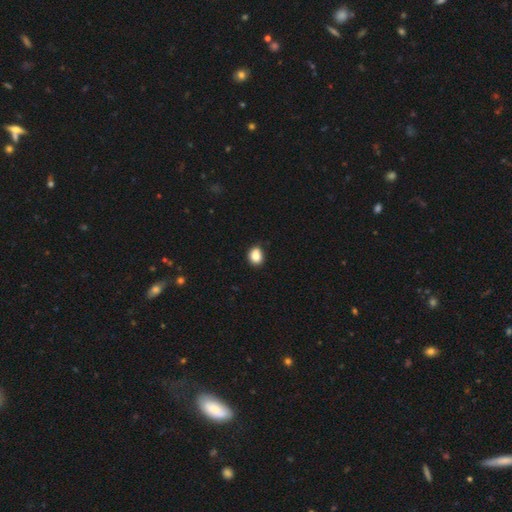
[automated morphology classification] This appears to be a smooth galaxy with no disk features (86%) that is round (52%). Merging: none (80%).